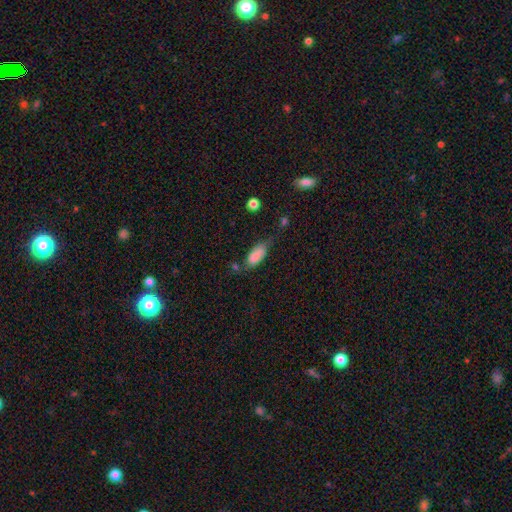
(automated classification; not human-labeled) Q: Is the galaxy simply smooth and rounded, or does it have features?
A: smooth — 82%.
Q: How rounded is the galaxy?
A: in between — 82%.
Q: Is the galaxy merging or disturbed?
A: none — 42%.